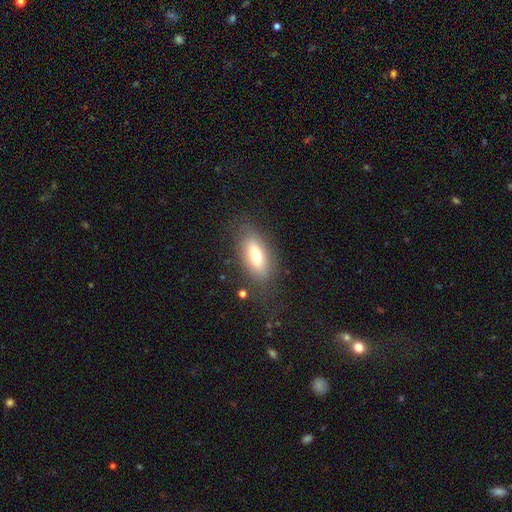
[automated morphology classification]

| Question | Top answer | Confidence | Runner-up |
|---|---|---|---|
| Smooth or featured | smooth | 71% | featured or disk (22%) |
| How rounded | in between | 78% | cigar-shaped (19%) |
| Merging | none | 77% | minor disturbance (15%) |